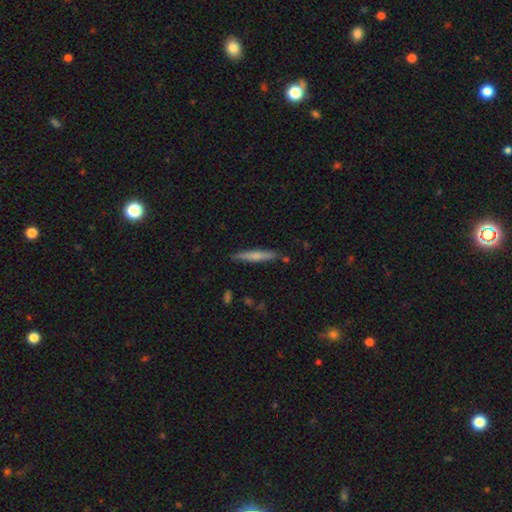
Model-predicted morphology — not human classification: The model was most divided on "smooth or featured": smooth: 61%, featured or disk: 33%, star or artifact: 6%. More confident: how rounded — cigar-shaped (93%); merging — none (86%).